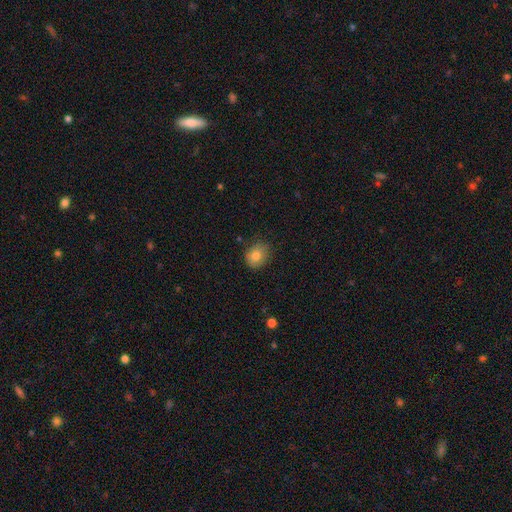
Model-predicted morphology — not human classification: Overall: smooth (81%). How rounded: round (64%; in between 35%). Merging: none (78%).